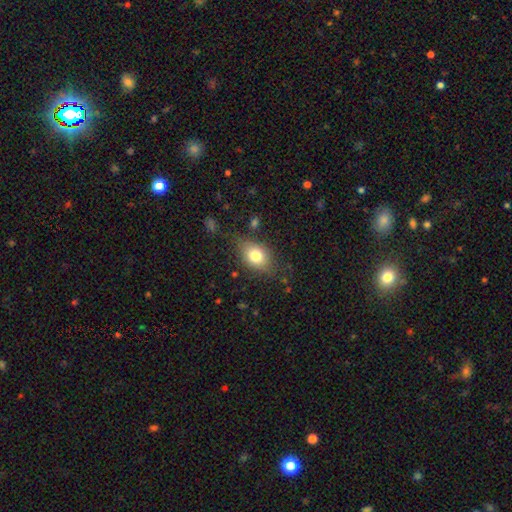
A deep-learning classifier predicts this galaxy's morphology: type=smooth (76%); roundness=in between (73%); merging=none (72%).